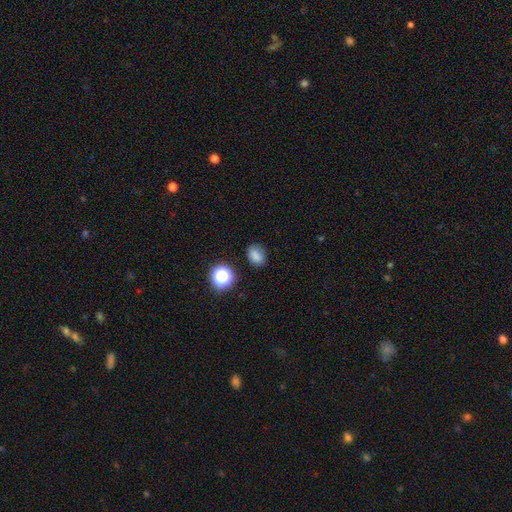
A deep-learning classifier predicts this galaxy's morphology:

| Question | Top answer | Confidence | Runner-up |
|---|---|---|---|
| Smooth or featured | smooth | 79% | star or artifact (14%) |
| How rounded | in between | 66% | round (33%) |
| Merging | none | 78% | minor disturbance (15%) |